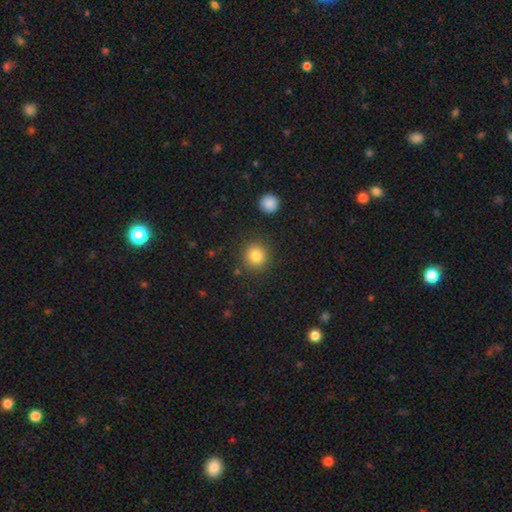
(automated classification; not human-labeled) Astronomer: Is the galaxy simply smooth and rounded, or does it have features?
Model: smooth — 83%.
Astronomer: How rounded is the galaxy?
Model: round — 92%.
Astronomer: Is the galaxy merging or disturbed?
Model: none — 87%.